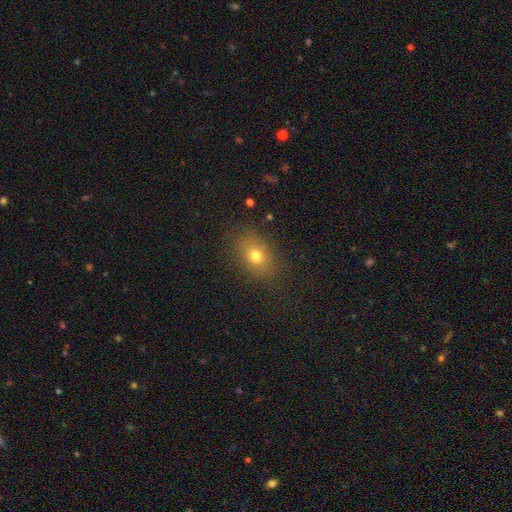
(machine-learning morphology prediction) A smooth galaxy with no disk features (73%) that is in between round and cigar-shaped (72%). Merging: none (82%).